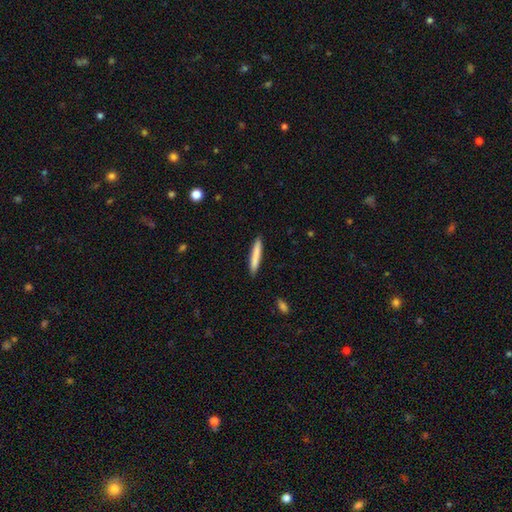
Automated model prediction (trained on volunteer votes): A smooth galaxy with no disk features (81%) that is cigar-shaped (94%).

Vote fractions:
- Smooth or featured? smooth: 81% / featured or disk: 13% / star or artifact: 6%
- How rounded? cigar-shaped: 94% / in between: 5% / round: 1%
- Merging? none: 91% / minor disturbance: 7% / major disturbance: 1% / merger: 1%